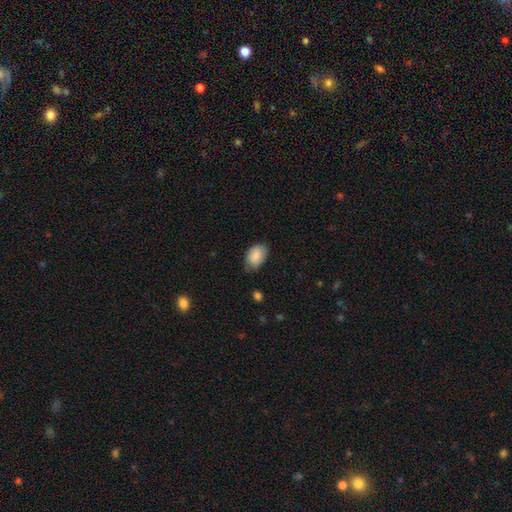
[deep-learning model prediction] A smooth galaxy with no disk features (85%) that is in between round and cigar-shaped (88%). Merging: none (67%).